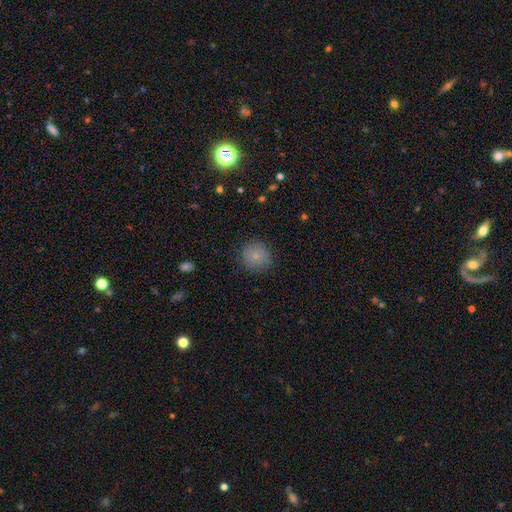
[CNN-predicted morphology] Smooth or featured?
  - smooth: 79% *
  - featured or disk: 11%
  - star or artifact: 10%
How rounded?
  - round: 88% *
  - in between: 11%
  - cigar-shaped: 1%
Merging?
  - none: 84% *
  - minor disturbance: 12%
  - major disturbance: 3%
  - merger: 1%